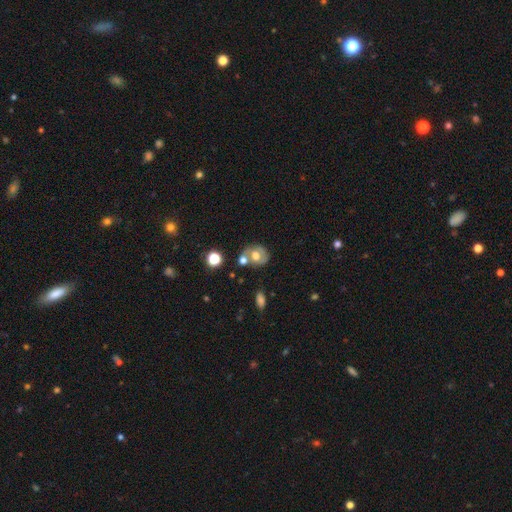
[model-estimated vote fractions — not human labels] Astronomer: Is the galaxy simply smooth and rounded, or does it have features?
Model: featured or disk — 48% (runner-up: smooth, 42%).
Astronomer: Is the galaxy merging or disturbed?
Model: none — 47% (runner-up: merger, 28%).